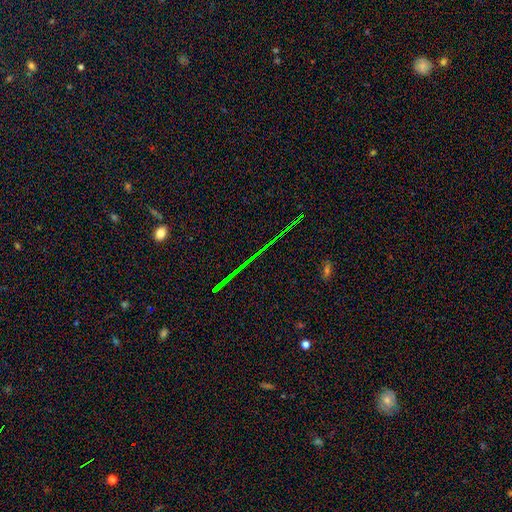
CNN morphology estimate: A star or artifact, not a galaxy (78%).